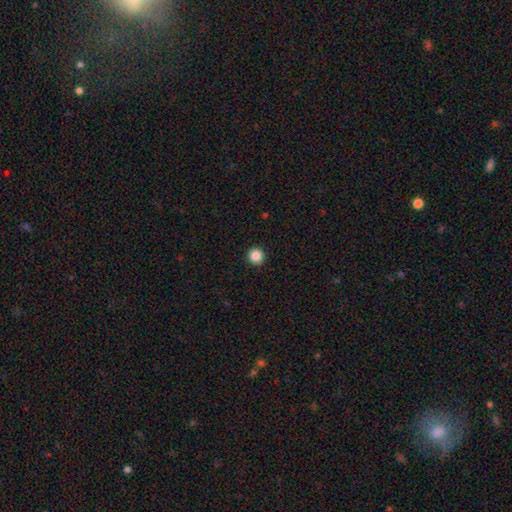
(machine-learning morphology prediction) This appears to be a smooth galaxy with no disk features (87%) that is round (96%). Merging: none (93%).